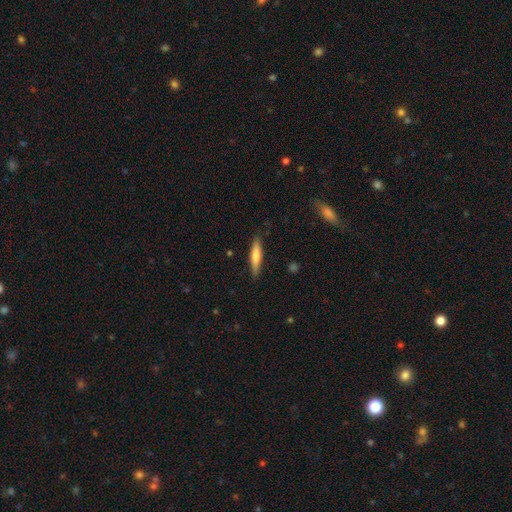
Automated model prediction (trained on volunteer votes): The model was most divided on "smooth or featured": smooth: 68%, featured or disk: 26%, star or artifact: 6%. More confident: how rounded — cigar-shaped (86%); merging — none (86%).